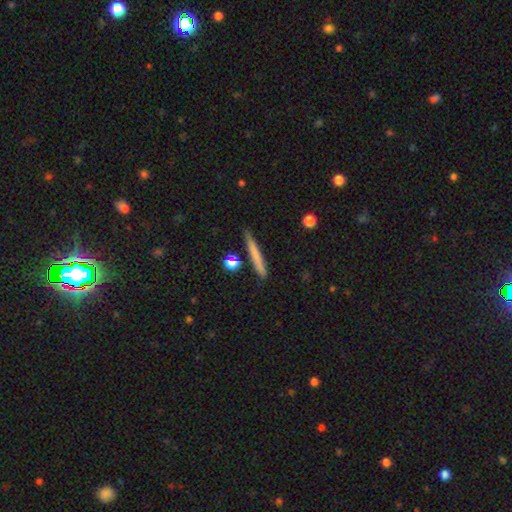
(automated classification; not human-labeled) Morphology: type=smooth (69%); roundness=cigar-shaped (95%); merging=none (84%).